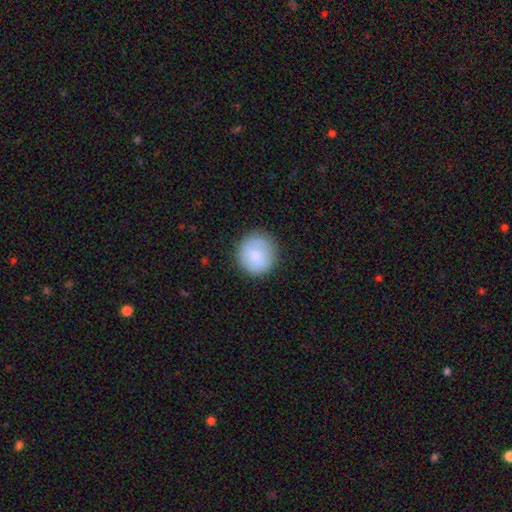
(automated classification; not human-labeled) A smooth galaxy with no disk features (76%) that is round (91%).

Vote fractions:
- Smooth or featured? smooth: 76% / featured or disk: 17% / star or artifact: 7%
- How rounded? round: 91% / in between: 8% / cigar-shaped: 1%
- Merging? none: 81% / minor disturbance: 13% / major disturbance: 4% / merger: 2%